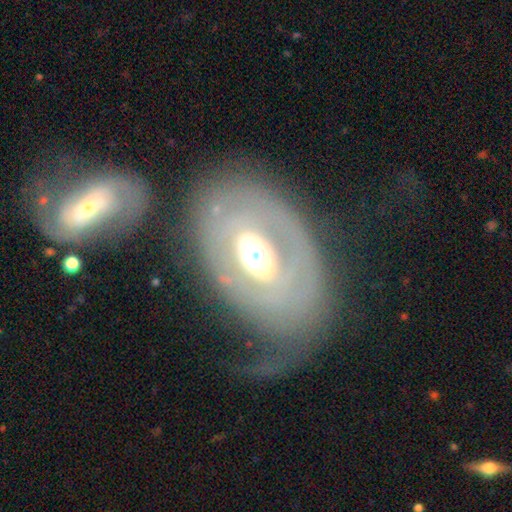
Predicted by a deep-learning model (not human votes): Smooth or featured?
  - featured or disk: 57% *
  - smooth: 34%
  - star or artifact: 9%
Edge-on disk?
  - no: 90% *
  - yes: 10%
Bar?
  - no: 60% *
  - weak: 23%
  - strong: 17%
Spiral arms?
  - no: 85% *
  - yes: 15%
Bulge size?
  - moderate: 52% *
  - large: 32%
  - small: 8%
  - dominant: 7%
  - none: 1%
Merging?
  - none: 76% *
  - minor disturbance: 13%
  - major disturbance: 9%
  - merger: 2%